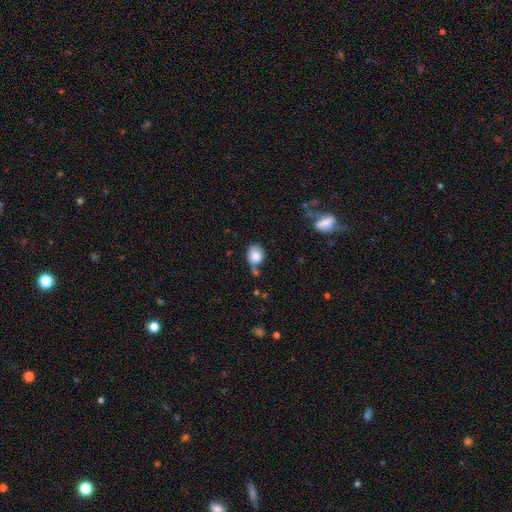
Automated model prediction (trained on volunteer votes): Overall: smooth (81%). How rounded: round (60%; in between 39%). Merging: none (53%; minor disturbance 24%).